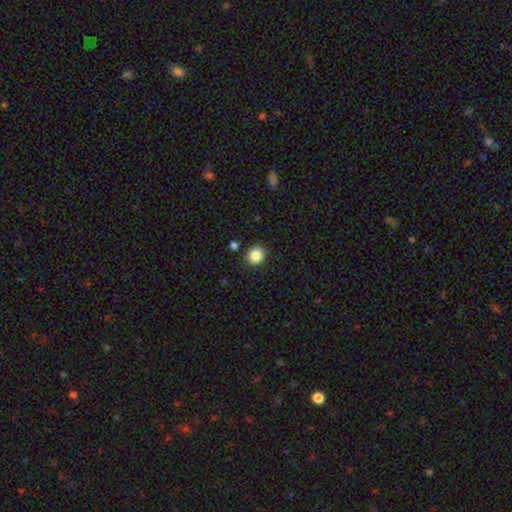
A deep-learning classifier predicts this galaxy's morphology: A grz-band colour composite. It shows a smooth galaxy with no disk features (86%) that is round (79%). Merging: none (84%).